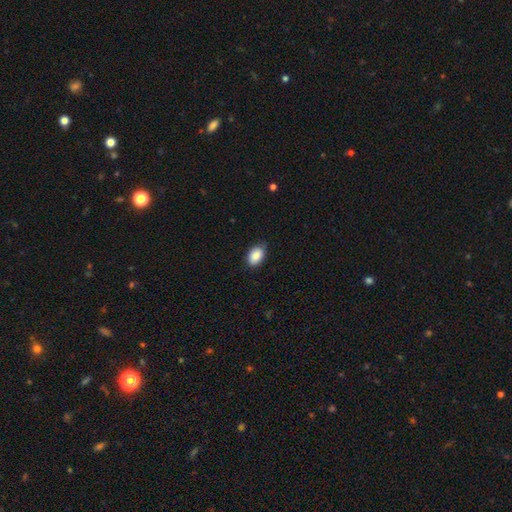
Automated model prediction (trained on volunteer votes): Smooth or featured?
  - smooth: 89% *
  - star or artifact: 7%
  - featured or disk: 4%
How rounded?
  - in between: 88% *
  - round: 11%
  - cigar-shaped: 1%
Merging?
  - none: 80% *
  - minor disturbance: 17%
  - major disturbance: 3%
  - merger: 1%